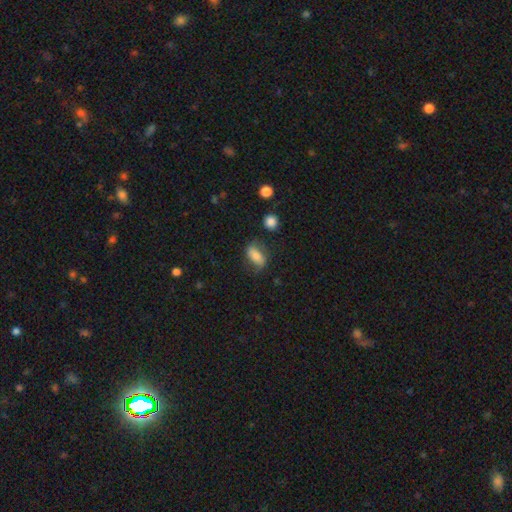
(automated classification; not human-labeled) This is likely a smooth galaxy (62%). How rounded: clearly in between (84%). Merging: likely none (62%).